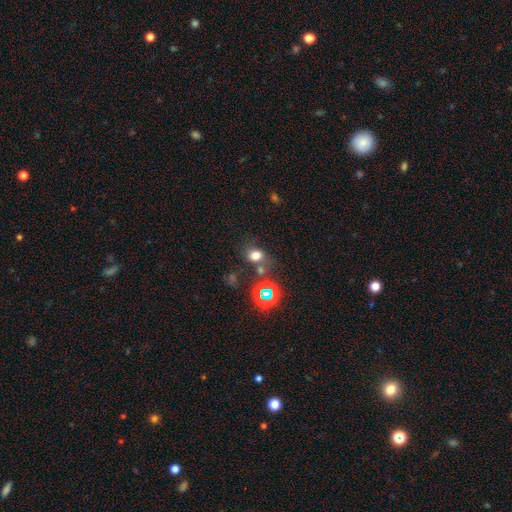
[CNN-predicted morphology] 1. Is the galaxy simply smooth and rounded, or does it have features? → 68% smooth, 22% star or artifact, 10% featured or disk.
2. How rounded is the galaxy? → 53% in between, 46% round, 1% cigar-shaped.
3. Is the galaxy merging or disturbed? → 59% none, 19% merger, 15% minor disturbance, 7% major disturbance.